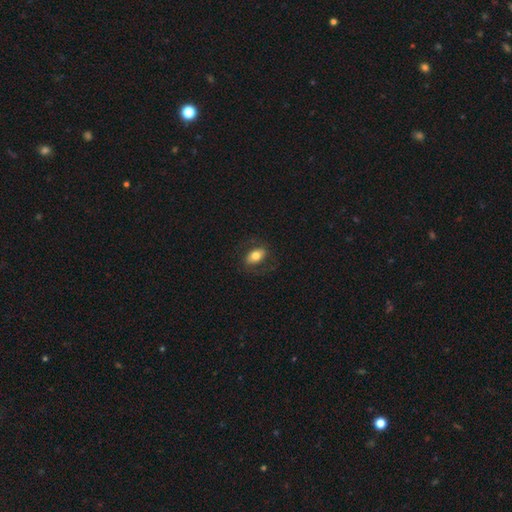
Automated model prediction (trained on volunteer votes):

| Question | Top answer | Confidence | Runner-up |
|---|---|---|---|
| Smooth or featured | smooth | 70% | featured or disk (23%) |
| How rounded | in between | 88% | round (10%) |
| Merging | none | 77% | minor disturbance (14%) |